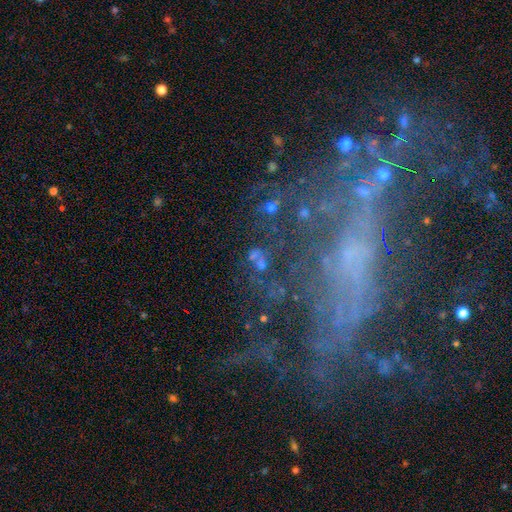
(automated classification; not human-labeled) The model was most divided on "smooth or featured": featured or disk: 42%, star or artifact: 32%, smooth: 26%. More confident: merging — none (63%).